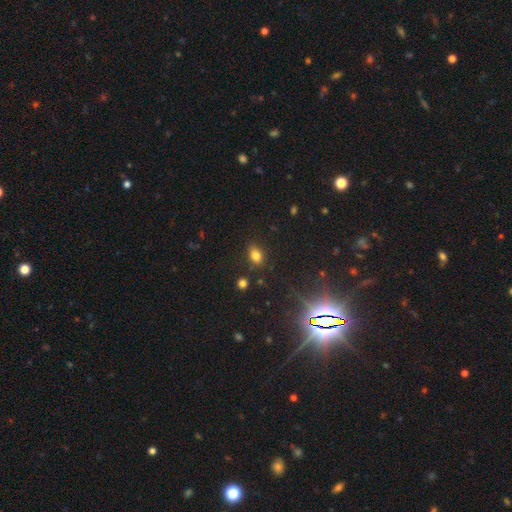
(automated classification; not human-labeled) Q: Smooth or featured?
A: smooth (79%); runner-up: star or artifact (15%)
Q: How rounded?
A: in between (72%); runner-up: round (27%)
Q: Merging?
A: none (80%); runner-up: minor disturbance (13%)